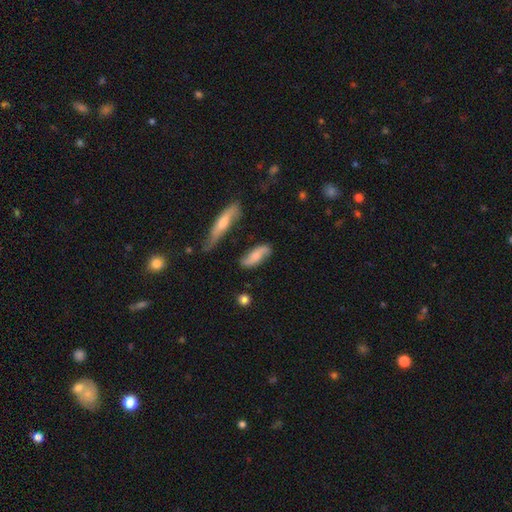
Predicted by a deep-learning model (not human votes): Smooth or featured? Predicted: featured or disk (p=0.58). Edge-on disk? Predicted: no (p=0.83). Merging? Predicted: none (p=0.74).